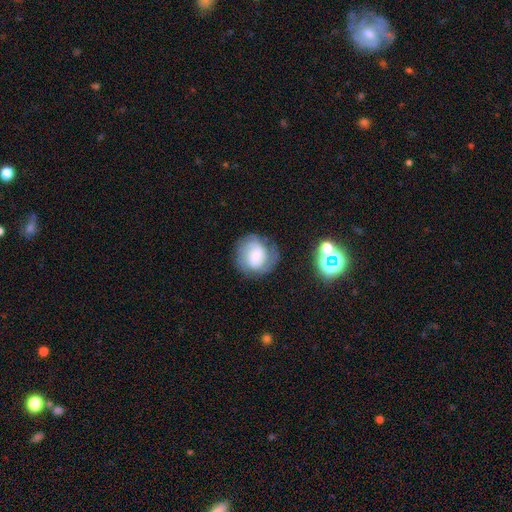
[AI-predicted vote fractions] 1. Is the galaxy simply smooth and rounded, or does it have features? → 59% featured or disk, 31% smooth, 9% star or artifact.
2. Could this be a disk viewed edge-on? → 98% no, 2% yes.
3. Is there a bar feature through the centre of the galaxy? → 52% no, 39% weak, 10% strong.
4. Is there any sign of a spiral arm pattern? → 89% yes, 11% no.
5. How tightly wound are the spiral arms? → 48% tight, 38% medium, 13% loose.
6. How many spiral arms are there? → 49% 2, 27% can't tell, 11% 3, 7% 1, 3% 4, 3% more than 4.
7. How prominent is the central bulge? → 39% small, 24% moderate, 18% none, 15% large, 4% dominant.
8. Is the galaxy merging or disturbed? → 66% none, 20% minor disturbance, 11% major disturbance, 3% merger.